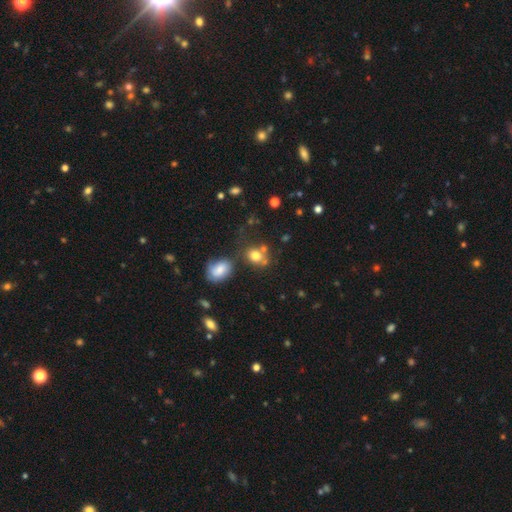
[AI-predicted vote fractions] The model was most divided on "how rounded": round: 52%, in between: 46%, cigar-shaped: 1%. Remaining: smooth or featured — smooth (75%); merging — none (49%).